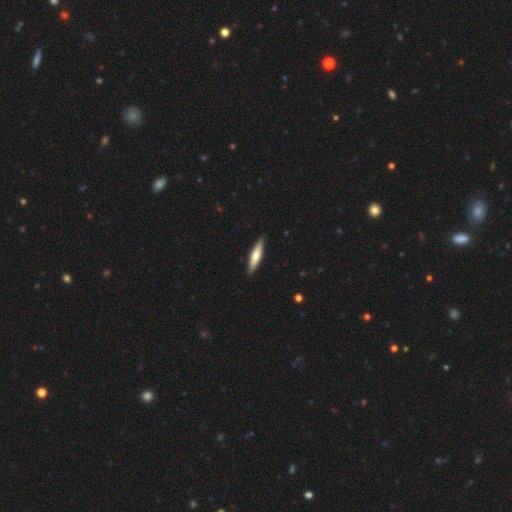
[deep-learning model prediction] smooth 63%, featured or disk 32%, star or artifact 5%. Down the decision tree: how rounded — cigar-shaped (82%); merging — none (88%).